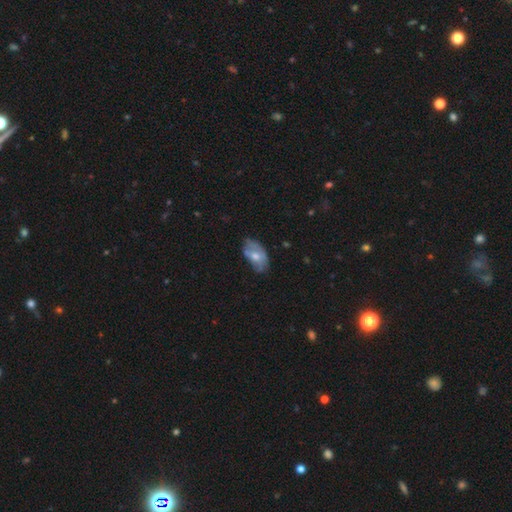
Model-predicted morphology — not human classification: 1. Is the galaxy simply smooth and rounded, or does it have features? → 55% smooth, 38% featured or disk, 7% star or artifact.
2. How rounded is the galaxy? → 92% in between, 7% round, 2% cigar-shaped.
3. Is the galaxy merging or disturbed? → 46% none, 36% minor disturbance, 14% major disturbance, 4% merger.